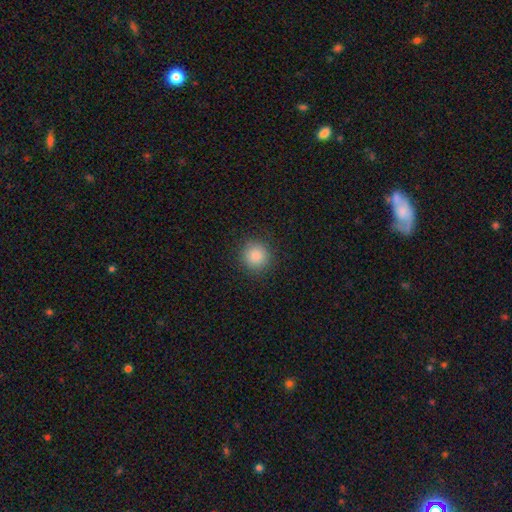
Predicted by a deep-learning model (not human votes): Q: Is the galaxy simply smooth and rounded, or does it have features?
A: smooth — 86%.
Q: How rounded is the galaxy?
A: round — 94%.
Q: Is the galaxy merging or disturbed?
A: none — 90%.